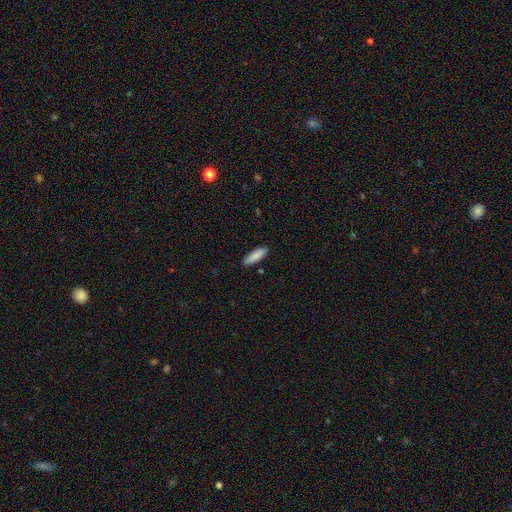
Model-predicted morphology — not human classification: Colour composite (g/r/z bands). It shows a smooth galaxy with no disk features (88%) that is in between round and cigar-shaped (50%). Merging: none (88%).